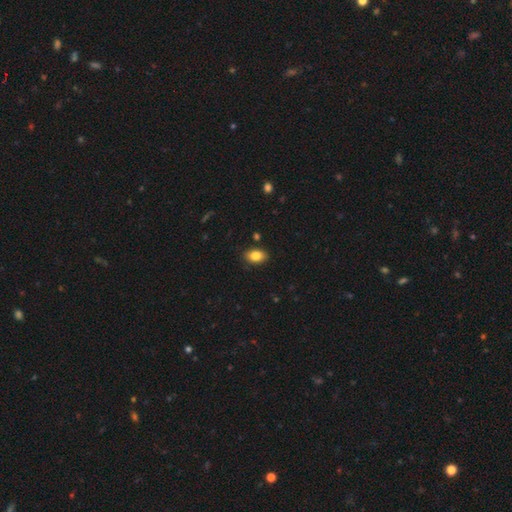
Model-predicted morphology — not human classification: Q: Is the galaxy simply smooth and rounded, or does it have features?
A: smooth — 84%.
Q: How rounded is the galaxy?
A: in between — 86%.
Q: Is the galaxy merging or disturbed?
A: none — 86%.